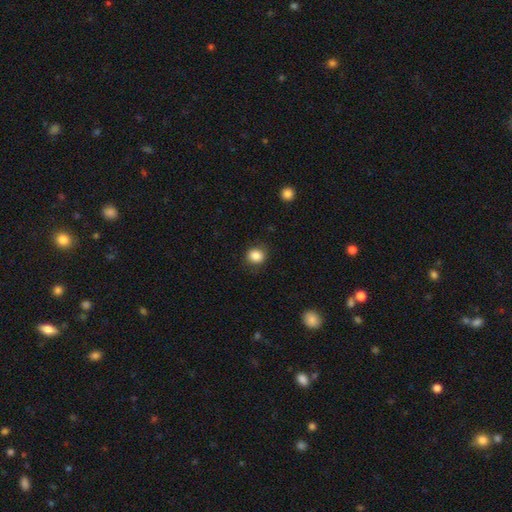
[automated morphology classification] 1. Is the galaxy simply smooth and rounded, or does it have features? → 86% smooth, 10% star or artifact, 4% featured or disk.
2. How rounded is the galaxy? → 76% round, 23% in between, 1% cigar-shaped.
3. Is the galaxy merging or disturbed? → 84% none, 12% minor disturbance, 3% major disturbance, 1% merger.